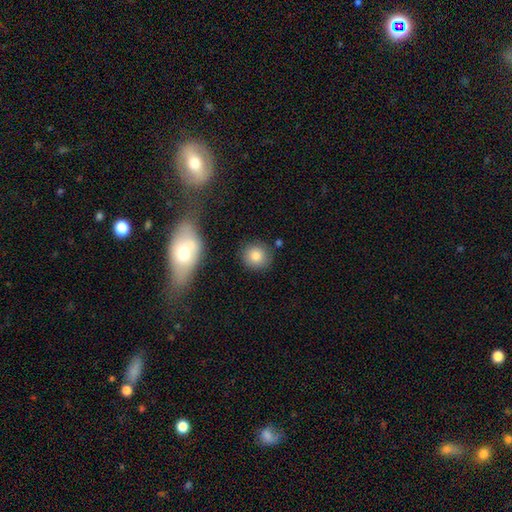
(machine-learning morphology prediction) smooth 83%, star or artifact 9%, featured or disk 8%. Down the decision tree: how rounded — round (89%); merging — none (83%).